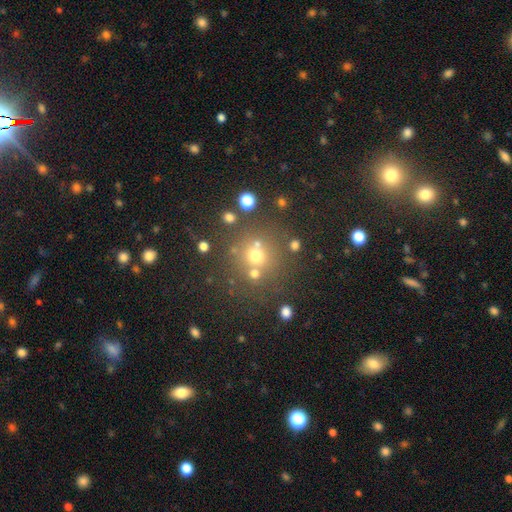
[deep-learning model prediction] The model was most divided on "smooth or featured": smooth: 62%, star or artifact: 25%, featured or disk: 13%. More confident: how rounded — round (90%); merging — none (71%).